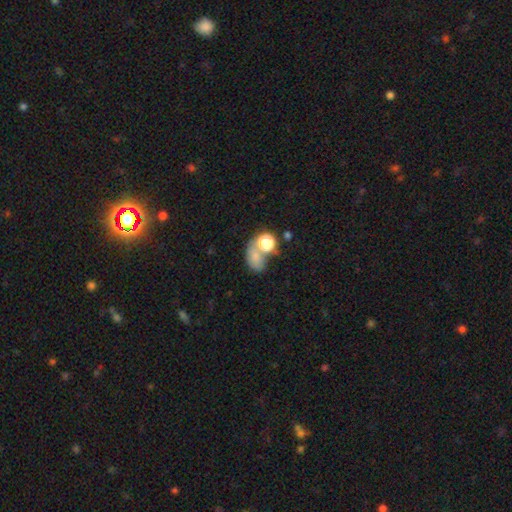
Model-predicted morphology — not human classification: type=smooth (71%); roundness=in between (68%); merging=merger (38%).